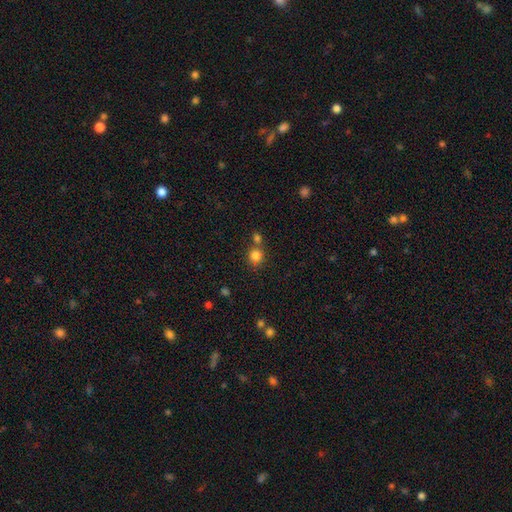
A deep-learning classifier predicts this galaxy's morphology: Smooth or featured? Predicted: smooth (p=0.82). How rounded? Predicted: round (p=0.85). Merging? Predicted: none (p=0.61).